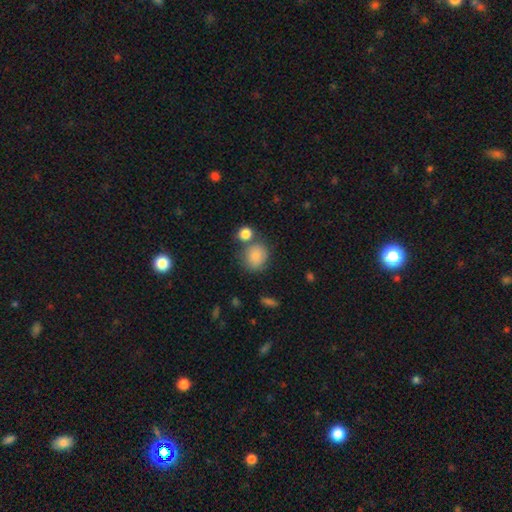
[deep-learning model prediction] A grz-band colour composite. It shows a smooth galaxy with no disk features (85%) that is round (70%). Merging: none (61%).